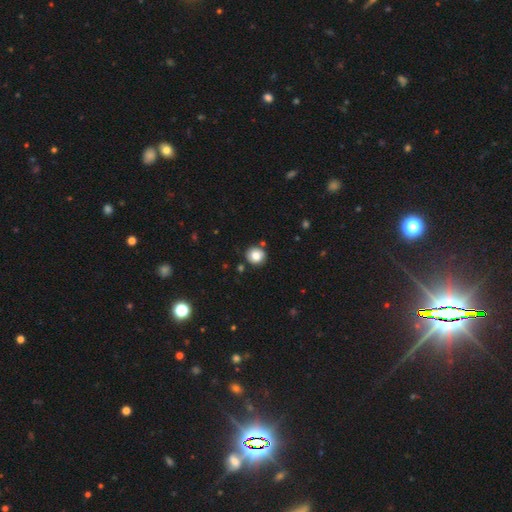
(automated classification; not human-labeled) Q: Smooth or featured?
A: smooth (82%); runner-up: star or artifact (10%)
Q: How rounded?
A: round (88%); runner-up: in between (11%)
Q: Merging?
A: none (84%); runner-up: minor disturbance (10%)